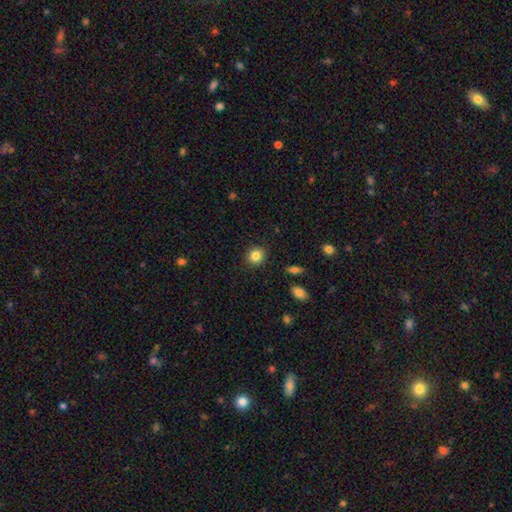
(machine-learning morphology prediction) Q: Smooth or featured?
A: smooth (84%); runner-up: star or artifact (10%)
Q: How rounded?
A: round (80%); runner-up: in between (19%)
Q: Merging?
A: none (90%); runner-up: minor disturbance (7%)